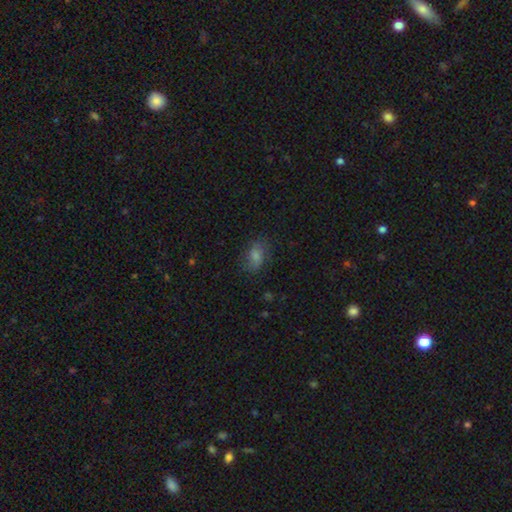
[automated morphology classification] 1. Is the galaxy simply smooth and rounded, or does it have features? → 72% smooth, 17% featured or disk, 11% star or artifact.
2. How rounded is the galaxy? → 83% in between, 15% round, 2% cigar-shaped.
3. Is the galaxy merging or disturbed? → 71% none, 20% minor disturbance, 8% major disturbance, 1% merger.